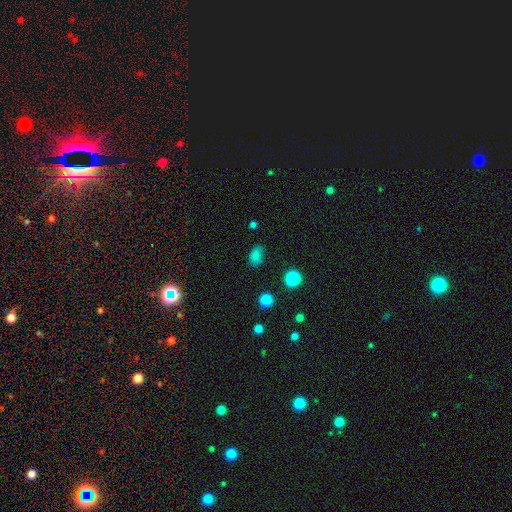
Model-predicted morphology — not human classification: The model was most divided on "merging": none: 76%, minor disturbance: 17%, major disturbance: 5%, merger: 2%. More confident: how rounded — in between (82%); smooth or featured — smooth (78%).